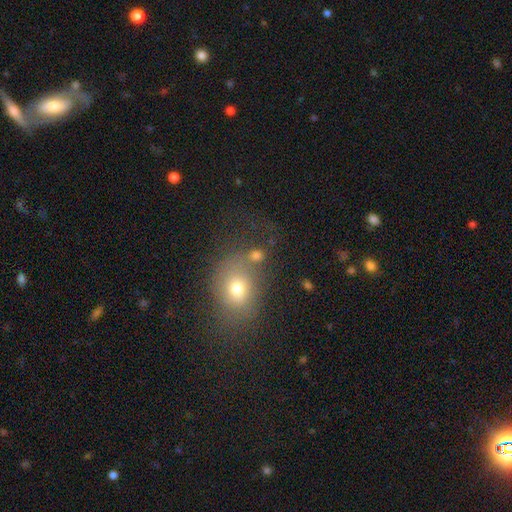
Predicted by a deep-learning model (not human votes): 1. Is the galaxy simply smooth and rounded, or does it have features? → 66% smooth, 19% star or artifact, 14% featured or disk.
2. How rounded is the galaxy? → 65% round, 33% in between, 2% cigar-shaped.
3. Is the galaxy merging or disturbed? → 51% none, 26% merger, 13% minor disturbance, 10% major disturbance.